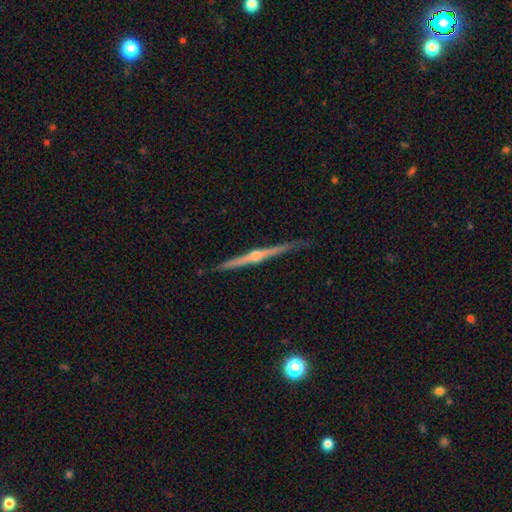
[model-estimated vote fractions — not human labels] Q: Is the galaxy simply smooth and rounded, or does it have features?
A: featured or disk — 86%.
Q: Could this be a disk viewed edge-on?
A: yes — 99%.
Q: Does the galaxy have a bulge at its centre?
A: rounded — 91%.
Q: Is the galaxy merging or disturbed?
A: none — 89%.